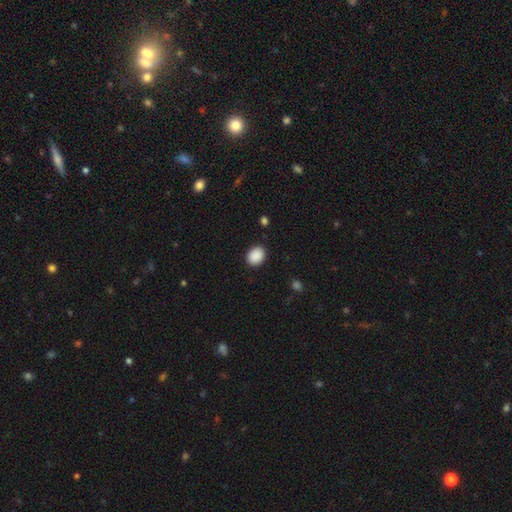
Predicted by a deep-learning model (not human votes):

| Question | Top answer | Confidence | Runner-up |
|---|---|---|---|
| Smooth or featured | smooth | 90% | star or artifact (8%) |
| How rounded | in between | 59% | round (40%) |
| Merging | none | 89% | minor disturbance (8%) |